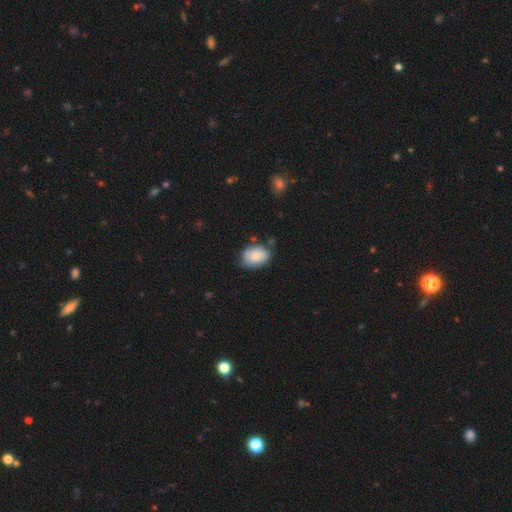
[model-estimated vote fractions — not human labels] A smooth galaxy with no disk features (80%) that is in between round and cigar-shaped (78%).

Vote fractions:
- Smooth or featured? smooth: 80% / featured or disk: 13% / star or artifact: 7%
- How rounded? in between: 78% / round: 21% / cigar-shaped: 1%
- Merging? none: 73% / minor disturbance: 20% / major disturbance: 4% / merger: 3%